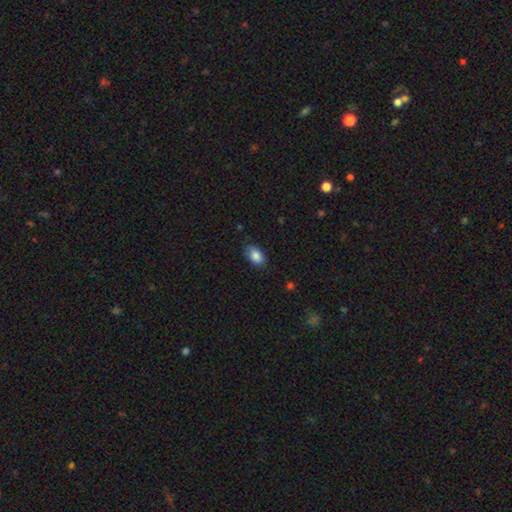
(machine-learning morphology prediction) smooth_or_featured: smooth (p=0.86) [alt: star or artifact p=0.07]
how_rounded: in between (p=0.91) [alt: round p=0.07]
merging: none (p=0.79) [alt: minor disturbance p=0.17]